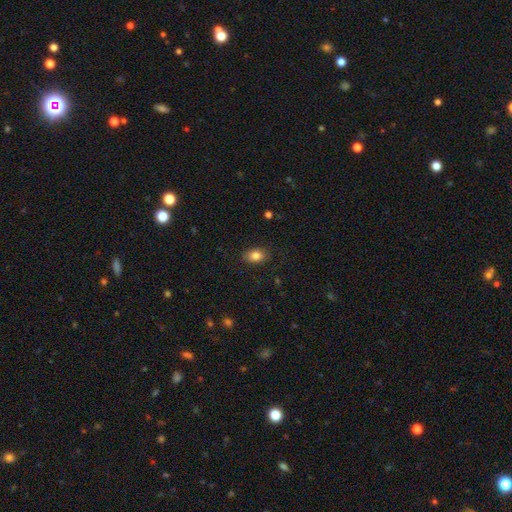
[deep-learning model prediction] This is clearly a smooth galaxy (84%). How rounded: clearly in between (84%). Merging: clearly none (86%).